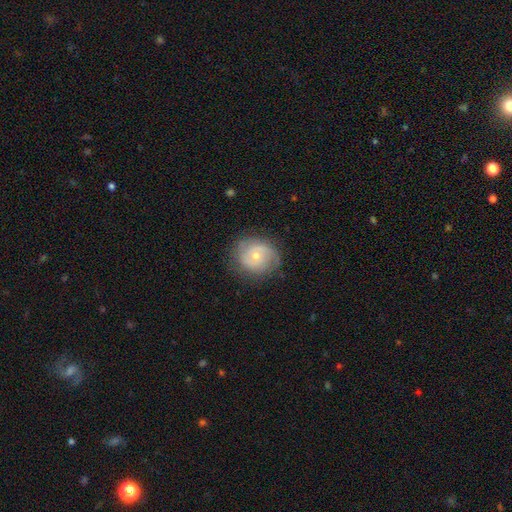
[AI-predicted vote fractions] Q: Smooth or featured?
A: featured or disk (61%); runner-up: smooth (31%)
Q: Edge-on disk?
A: no (97%); runner-up: yes (3%)
Q: Bar?
A: no (76%); runner-up: weak (20%)
Q: Spiral arms?
A: yes (83%); runner-up: no (17%)
Q: Bulge size?
A: small (58%); runner-up: moderate (38%)
Q: Merging?
A: none (76%); runner-up: minor disturbance (16%)